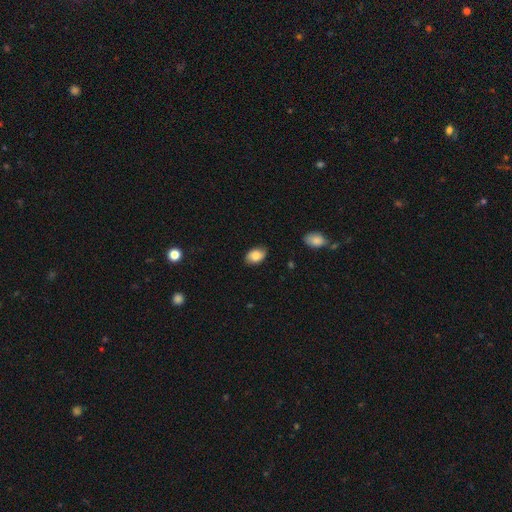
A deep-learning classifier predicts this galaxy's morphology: Smooth or featured?
  - smooth: 84% *
  - featured or disk: 9%
  - star or artifact: 7%
How rounded?
  - in between: 87% *
  - round: 12%
  - cigar-shaped: 1%
Merging?
  - none: 83% *
  - minor disturbance: 13%
  - major disturbance: 2%
  - merger: 1%